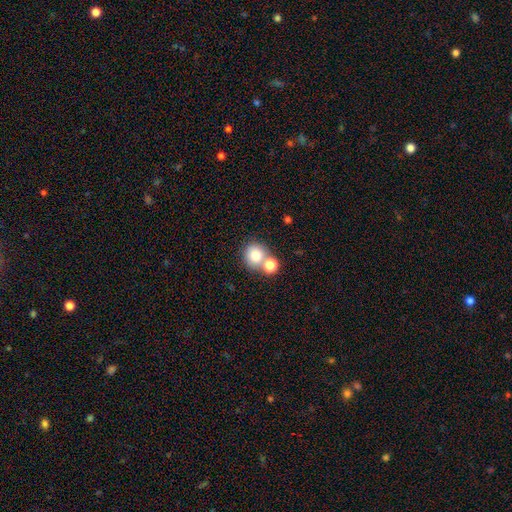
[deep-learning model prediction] This appears to be a smooth galaxy with no disk features (78%) that is round (86%). Merging: none (50%).